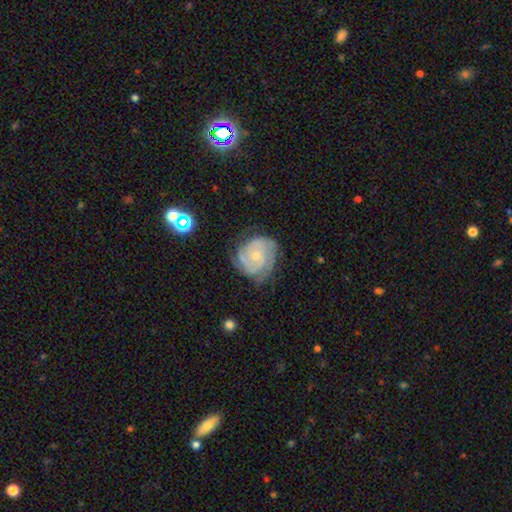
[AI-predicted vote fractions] featured or disk 84%, smooth 10%, star or artifact 6%. Down the decision tree: edge-on disk — no (98%); bar — no (72%); spiral arms — yes (96%); spiral arm count — 3 (33%); spiral winding — tight (65%); bulge size — small (71%); merging — none (68%).